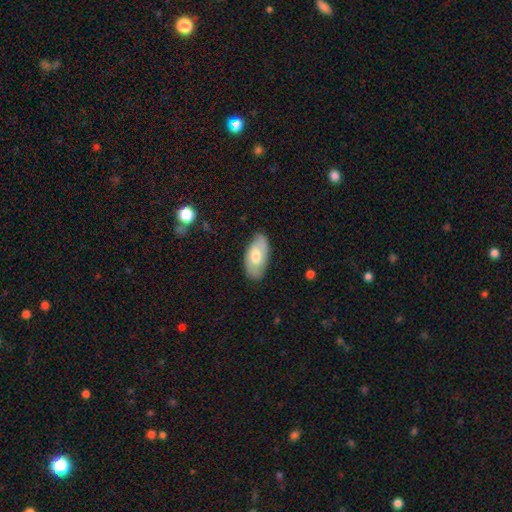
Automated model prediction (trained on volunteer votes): smooth 56%, featured or disk 38%, star or artifact 6%. Down the decision tree: how rounded — in between (93%); merging — none (80%).